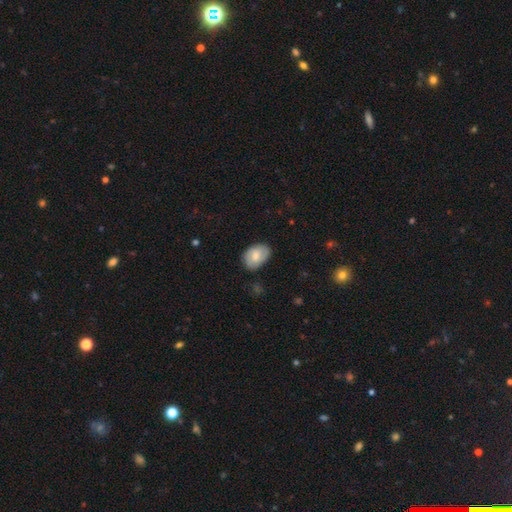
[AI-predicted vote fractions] Smooth or featured?
  - smooth: 68% *
  - featured or disk: 25%
  - star or artifact: 7%
How rounded?
  - in between: 82% *
  - round: 17%
  - cigar-shaped: 1%
Merging?
  - none: 74% *
  - minor disturbance: 21%
  - major disturbance: 4%
  - merger: 1%